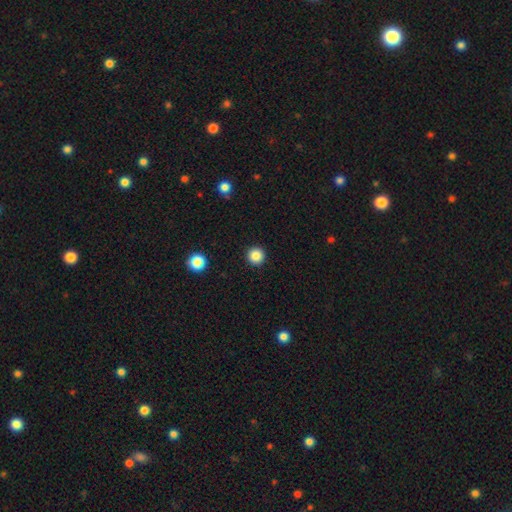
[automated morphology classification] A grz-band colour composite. It shows a smooth galaxy with no disk features (86%) that is round (96%). Merging: none (93%).